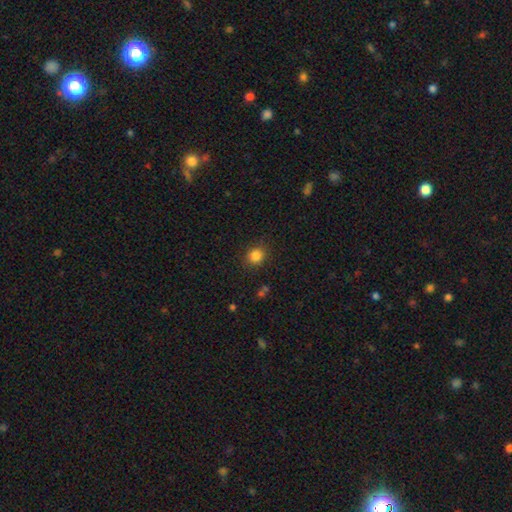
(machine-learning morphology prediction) Smooth or featured: smooth — 84% (star or artifact — 12%)
How rounded: round — 76% (in between — 23%)
Merging: none — 86% (minor disturbance — 9%)